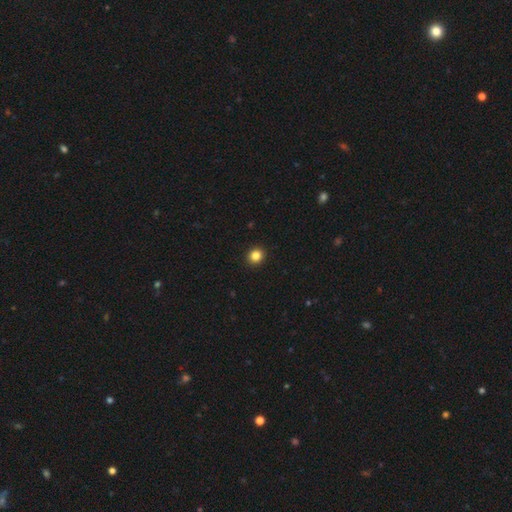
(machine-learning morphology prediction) Smooth or featured: smooth — 85% (star or artifact — 11%)
How rounded: round — 89% (in between — 10%)
Merging: none — 93% (minor disturbance — 4%)